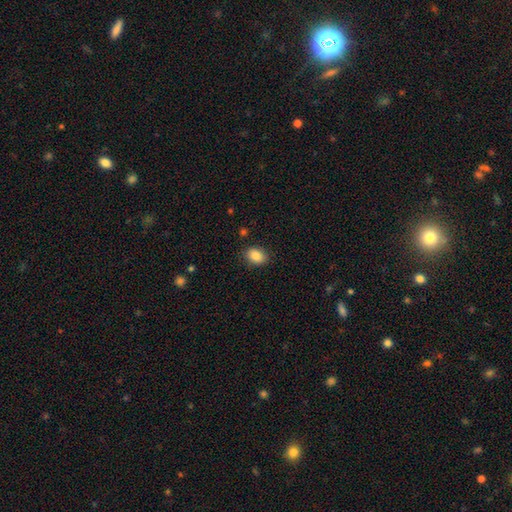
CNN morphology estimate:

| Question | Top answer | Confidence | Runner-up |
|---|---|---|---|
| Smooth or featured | smooth | 85% | star or artifact (8%) |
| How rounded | in between | 70% | round (29%) |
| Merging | none | 87% | minor disturbance (9%) |